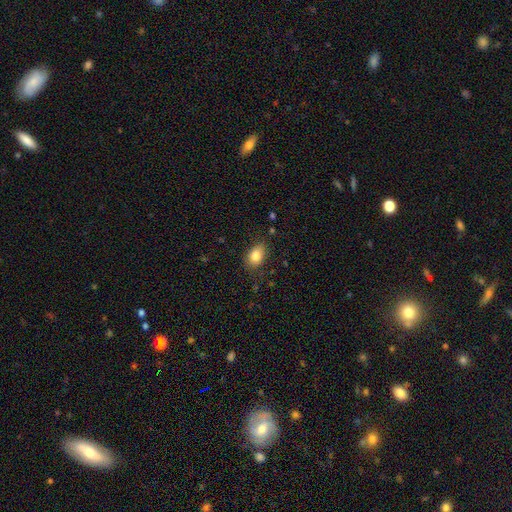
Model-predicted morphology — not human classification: smooth-or-featured: smooth: 83% | star or artifact: 9% | featured or disk: 8%
  how-rounded: in between: 83% | round: 16% | cigar-shaped: 2%
  merging: none: 81% | minor disturbance: 14% | major disturbance: 3% | merger: 1%